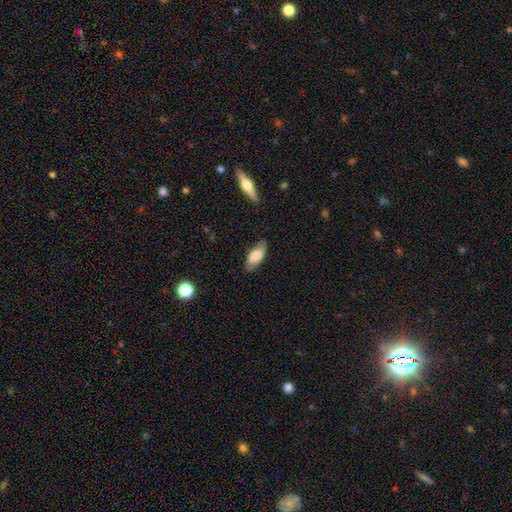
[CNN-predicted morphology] smooth_or_featured: smooth (p=0.69) [alt: featured or disk p=0.24]
how_rounded: in between (p=0.86) [alt: cigar-shaped p=0.12]
merging: none (p=0.74) [alt: minor disturbance p=0.21]